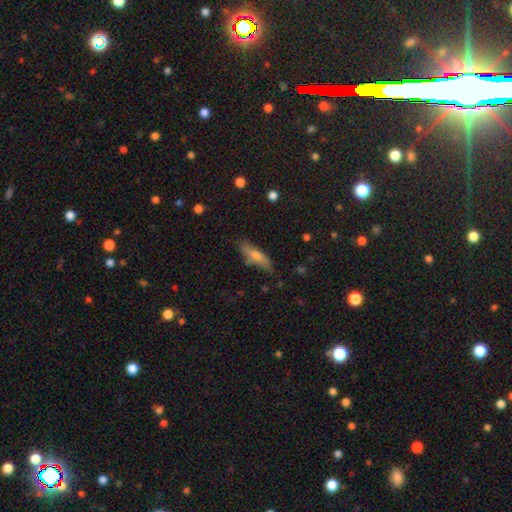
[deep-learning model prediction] A smooth galaxy with no disk features (66%) that is cigar-shaped (65%). Merging: none (79%).